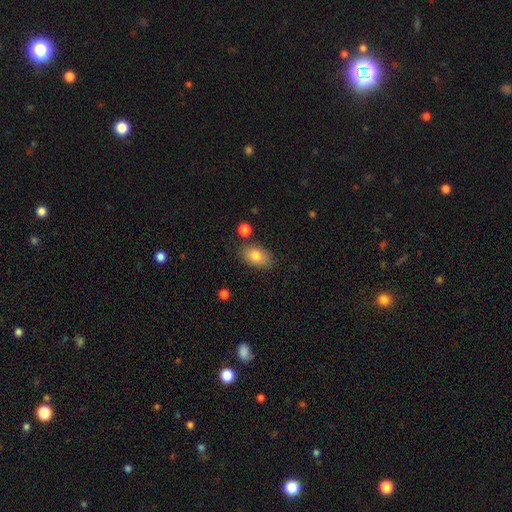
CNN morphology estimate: smooth-or-featured: smooth: 82% | featured or disk: 11% | star or artifact: 8%
  how-rounded: in between: 88% | round: 10% | cigar-shaped: 1%
  merging: none: 79% | minor disturbance: 13% | merger: 5% | major disturbance: 3%